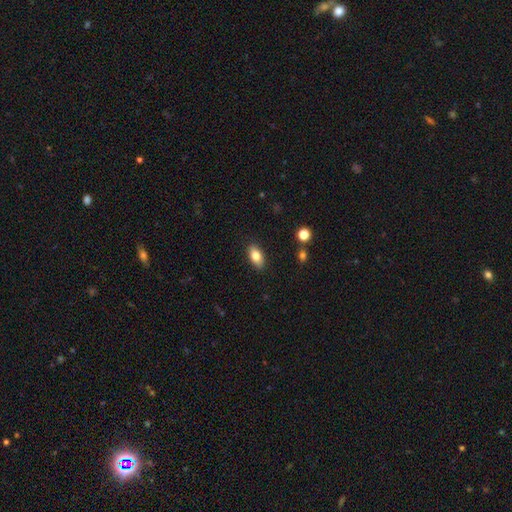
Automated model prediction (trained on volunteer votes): Q: Smooth or featured?
A: smooth (79%); runner-up: featured or disk (13%)
Q: How rounded?
A: in between (90%); runner-up: cigar-shaped (5%)
Q: Merging?
A: none (88%); runner-up: minor disturbance (9%)